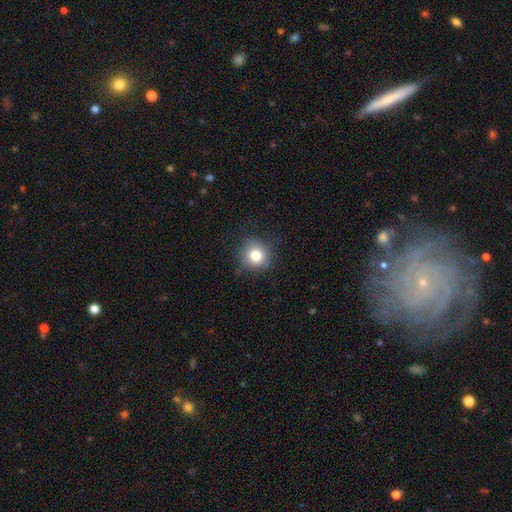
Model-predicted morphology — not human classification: This appears to be a smooth galaxy with no disk features (79%) that is round (91%). Merging: none (82%).